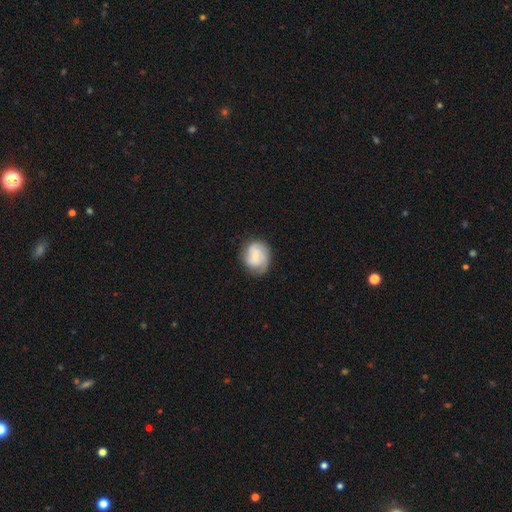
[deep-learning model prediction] Smooth or featured: featured or disk — 48% (smooth — 45%)
Merging: none — 67% (minor disturbance — 23%)